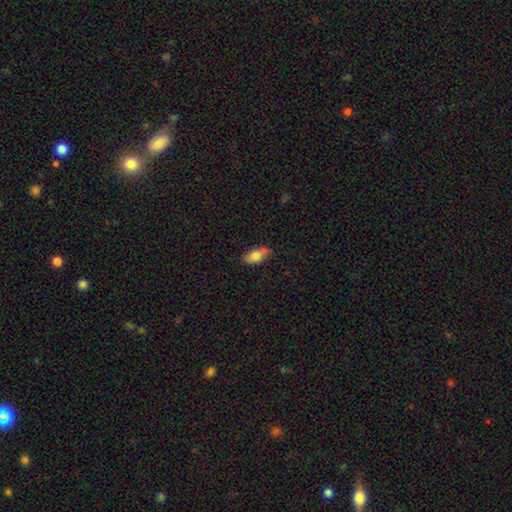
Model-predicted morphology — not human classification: A smooth galaxy with no disk features (75%) that is in between round and cigar-shaped (87%).

Vote fractions:
- Smooth or featured? smooth: 75% / featured or disk: 17% / star or artifact: 7%
- How rounded? in between: 87% / cigar-shaped: 9% / round: 4%
- Merging? none: 68% / minor disturbance: 22% / merger: 6% / major disturbance: 4%